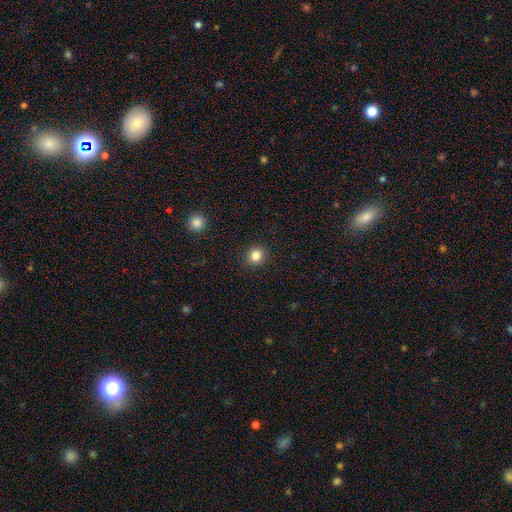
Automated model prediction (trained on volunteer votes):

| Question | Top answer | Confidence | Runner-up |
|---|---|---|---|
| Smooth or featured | smooth | 83% | star or artifact (12%) |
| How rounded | round | 89% | in between (10%) |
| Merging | none | 91% | minor disturbance (6%) |